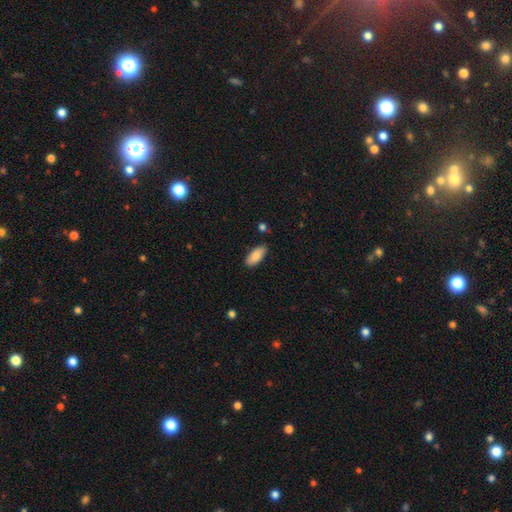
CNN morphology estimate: A smooth galaxy with no disk features (86%) that is in between round and cigar-shaped (85%).

Vote fractions:
- Smooth or featured? smooth: 86% / featured or disk: 8% / star or artifact: 6%
- How rounded? in between: 85% / cigar-shaped: 14% / round: 2%
- Merging? none: 83% / minor disturbance: 13% / major disturbance: 2% / merger: 2%